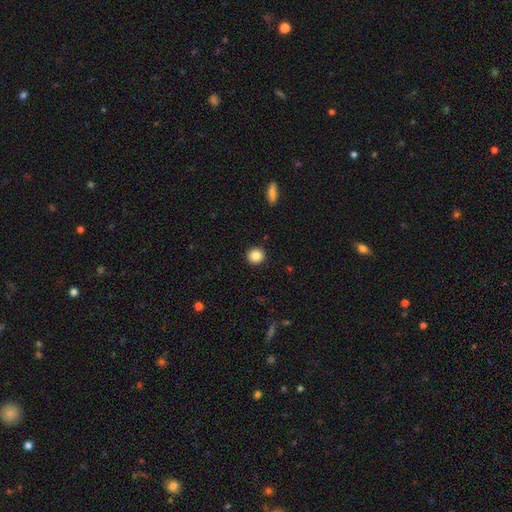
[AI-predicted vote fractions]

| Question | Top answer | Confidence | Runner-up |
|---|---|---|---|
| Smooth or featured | smooth | 87% | star or artifact (9%) |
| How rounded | round | 92% | in between (7%) |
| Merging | none | 92% | minor disturbance (5%) |